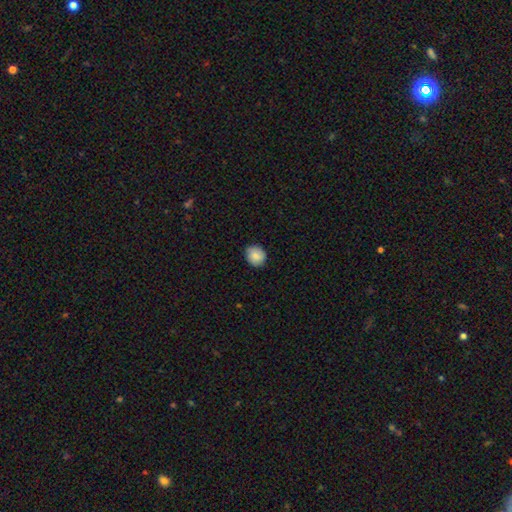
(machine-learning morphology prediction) Smooth or featured: smooth — 81% (featured or disk — 11%)
How rounded: round — 77% (in between — 22%)
Merging: none — 85% (minor disturbance — 12%)